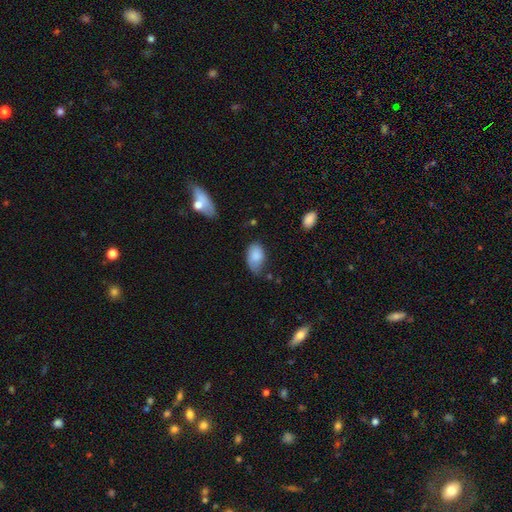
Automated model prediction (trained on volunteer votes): Smooth or featured: smooth — 84% (featured or disk — 9%)
How rounded: in between — 92% (round — 7%)
Merging: none — 49% (minor disturbance — 39%)